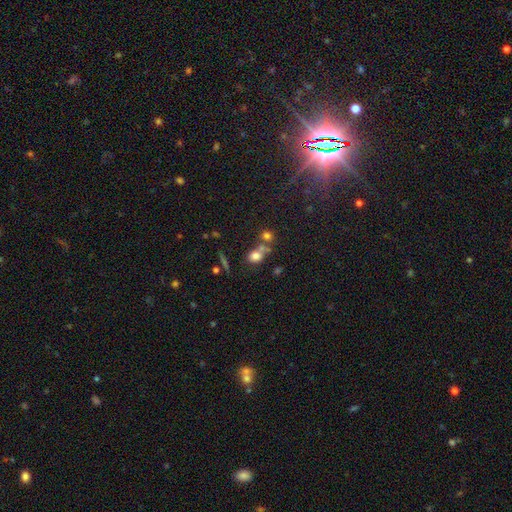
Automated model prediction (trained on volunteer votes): This is likely a smooth galaxy (73%). How rounded: possibly in between (49%, tied with round). Merging: marginally none (42%).